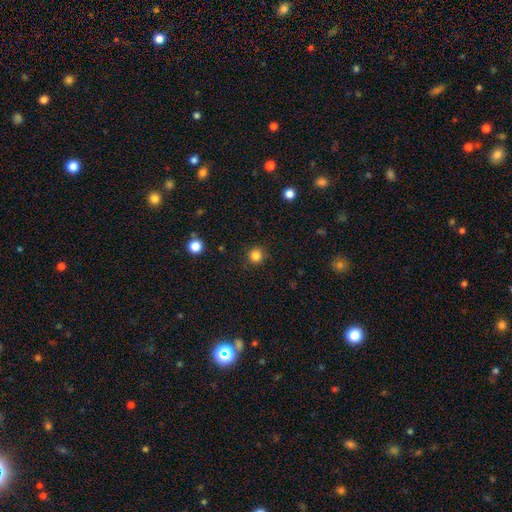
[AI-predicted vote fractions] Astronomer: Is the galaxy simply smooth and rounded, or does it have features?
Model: smooth — 83%.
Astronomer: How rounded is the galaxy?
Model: round — 95%.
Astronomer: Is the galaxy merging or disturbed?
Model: none — 90%.